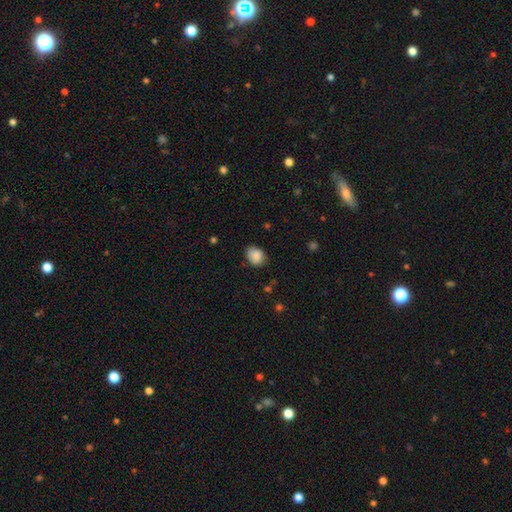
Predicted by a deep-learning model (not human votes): smooth 86%, star or artifact 8%, featured or disk 6%. Down the decision tree: how rounded — in between (61%); merging — none (75%).